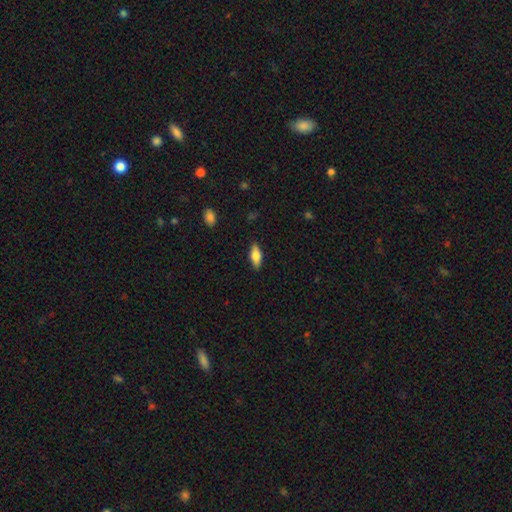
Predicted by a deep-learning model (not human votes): This is likely a smooth galaxy (69%). How rounded: likely in between (74%). Merging: clearly none (87%).